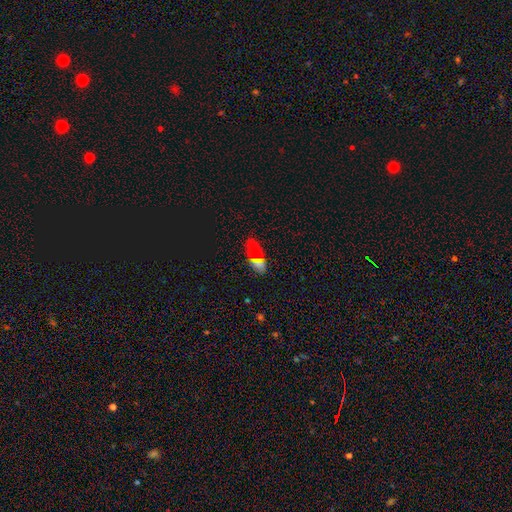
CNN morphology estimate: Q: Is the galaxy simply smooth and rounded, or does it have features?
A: smooth — 60%.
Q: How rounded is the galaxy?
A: in between — 78%.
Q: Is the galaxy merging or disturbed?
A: none — 76%.